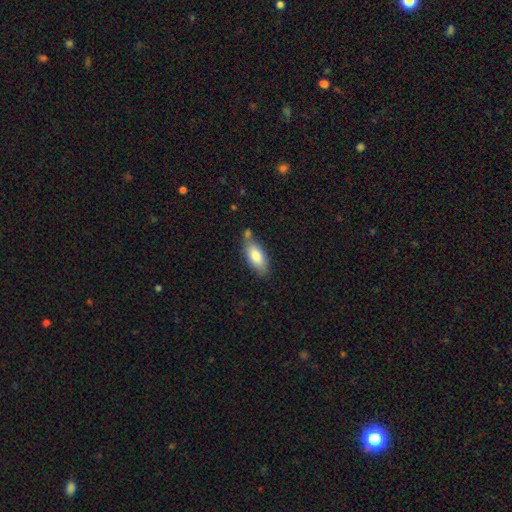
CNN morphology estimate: Q: Smooth or featured?
A: smooth (81%); runner-up: featured or disk (13%)
Q: How rounded?
A: in between (85%); runner-up: cigar-shaped (13%)
Q: Merging?
A: none (62%); runner-up: minor disturbance (19%)